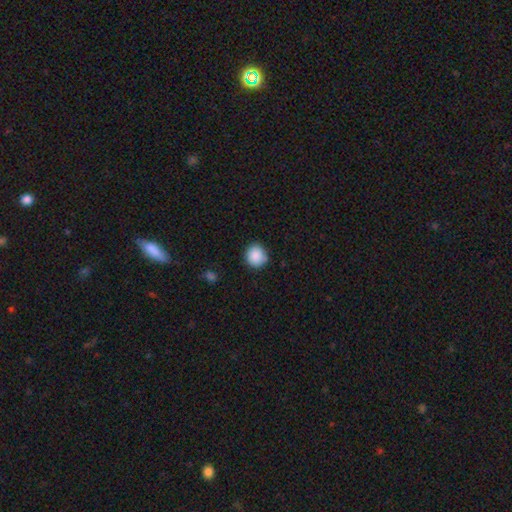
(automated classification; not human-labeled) Smooth or featured? Predicted: smooth (p=0.88). How rounded? Predicted: round (p=0.89). Merging? Predicted: none (p=0.83).